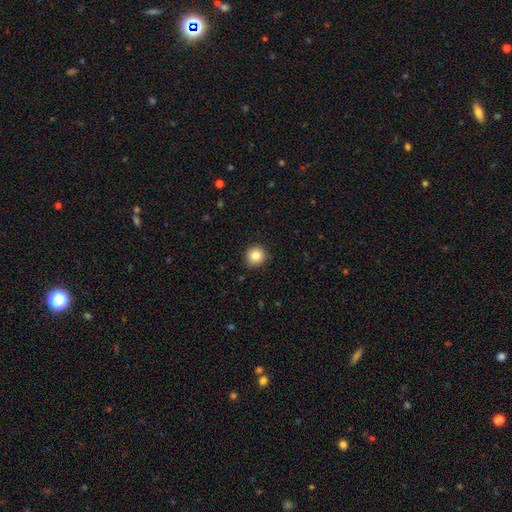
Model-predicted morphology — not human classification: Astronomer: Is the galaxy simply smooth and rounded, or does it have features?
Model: smooth — 84%.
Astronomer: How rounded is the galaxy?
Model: round — 94%.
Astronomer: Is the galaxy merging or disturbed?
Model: none — 90%.